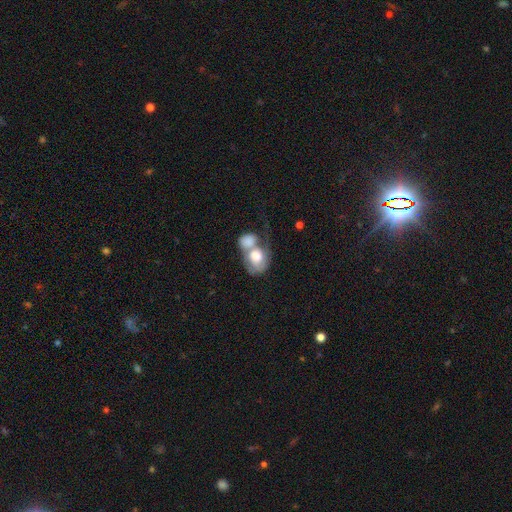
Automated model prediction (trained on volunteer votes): smooth 64%, featured or disk 30%, star or artifact 6%. Down the decision tree: how rounded — in between (56%); merging — merger (70%).